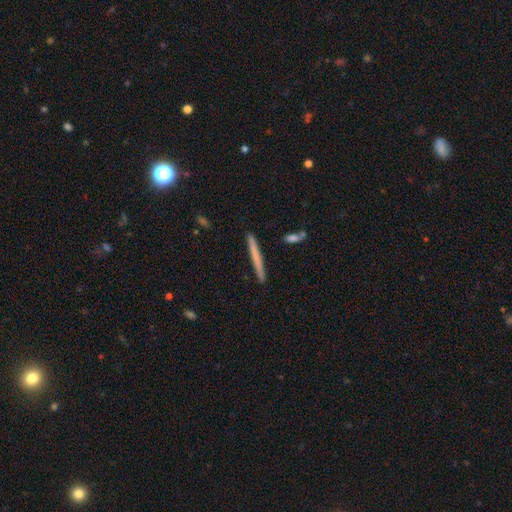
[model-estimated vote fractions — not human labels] Q: Smooth or featured?
A: smooth (59%); runner-up: featured or disk (35%)
Q: How rounded?
A: cigar-shaped (97%); runner-up: in between (2%)
Q: Merging?
A: none (91%); runner-up: minor disturbance (6%)